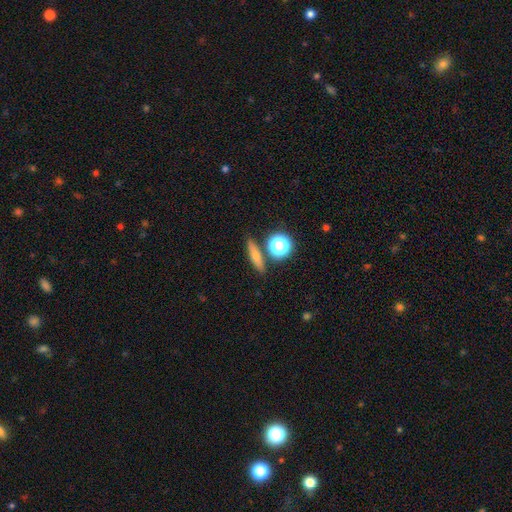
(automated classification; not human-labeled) smooth-or-featured: smooth: 64% | featured or disk: 22% | star or artifact: 13%
  how-rounded: cigar-shaped: 57% | in between: 22% | round: 20%
  merging: none: 81% | minor disturbance: 9% | merger: 7% | major disturbance: 3%